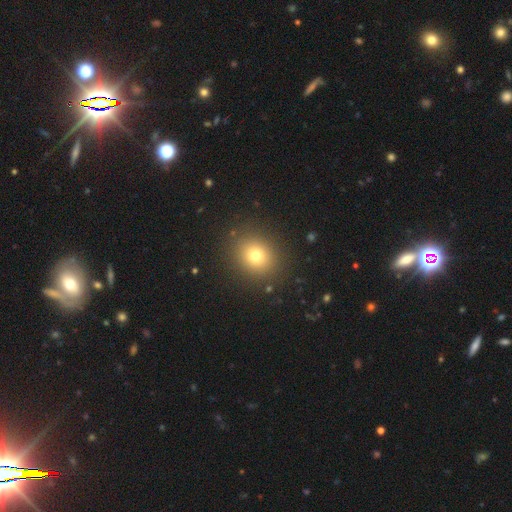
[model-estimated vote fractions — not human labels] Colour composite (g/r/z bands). It shows a smooth galaxy with no disk features (75%) that is round (75%). Merging: none (89%).